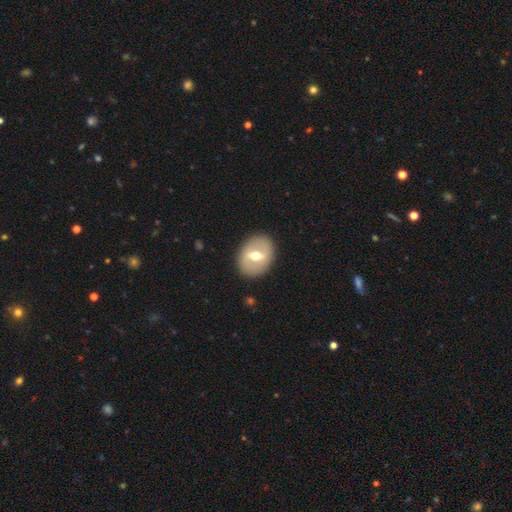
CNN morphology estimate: A featured or disk galaxy (54%). Merging: none (88%).